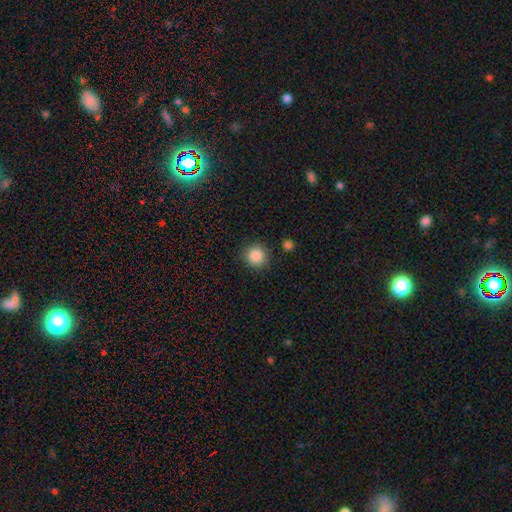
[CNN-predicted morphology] smooth_or_featured: smooth (p=0.87) [alt: star or artifact p=0.10]
how_rounded: round (p=0.93) [alt: in between p=0.06]
merging: none (p=0.86) [alt: minor disturbance p=0.08]